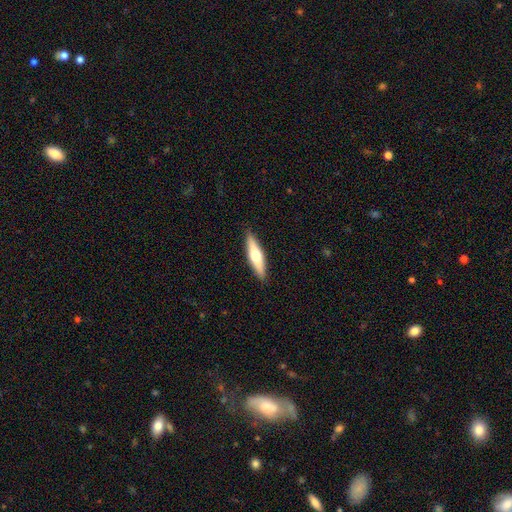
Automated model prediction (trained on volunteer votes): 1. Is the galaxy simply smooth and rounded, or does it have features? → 49% smooth, 46% featured or disk, 5% star or artifact.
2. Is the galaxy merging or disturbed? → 90% none, 8% minor disturbance, 2% major disturbance, 1% merger.